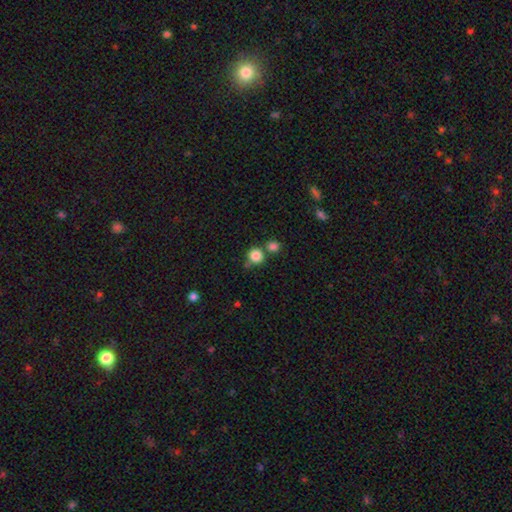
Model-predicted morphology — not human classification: Smooth or featured? smooth (84%)
How rounded? round (90%)
Merging? none (64%)